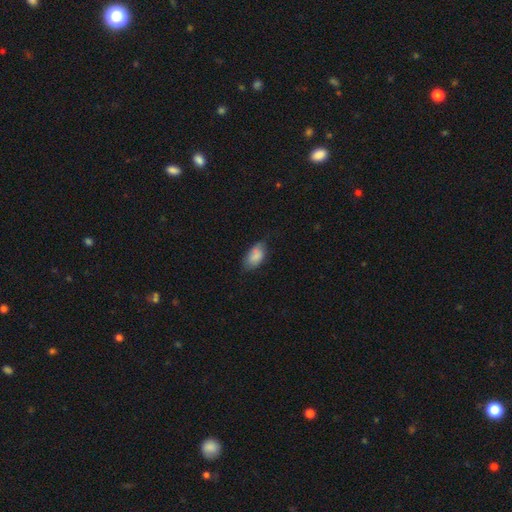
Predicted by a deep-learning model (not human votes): Morphology: type=smooth (85%); roundness=in between (92%); merging=none (63%).